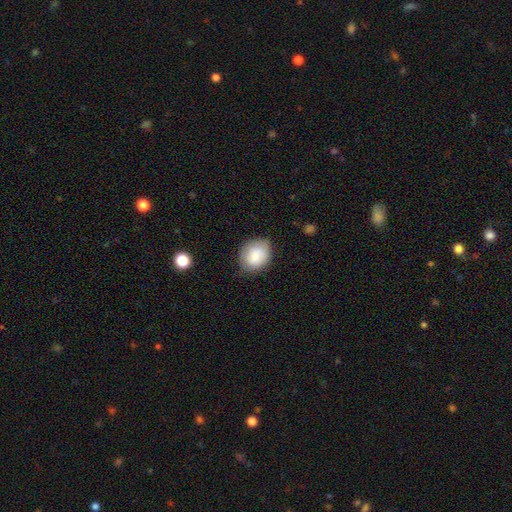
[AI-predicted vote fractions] smooth-or-featured: smooth: 80% | featured or disk: 12% | star or artifact: 7%
  how-rounded: round: 52% | in between: 47% | cigar-shaped: 1%
  merging: none: 71% | minor disturbance: 23% | major disturbance: 5% | merger: 2%